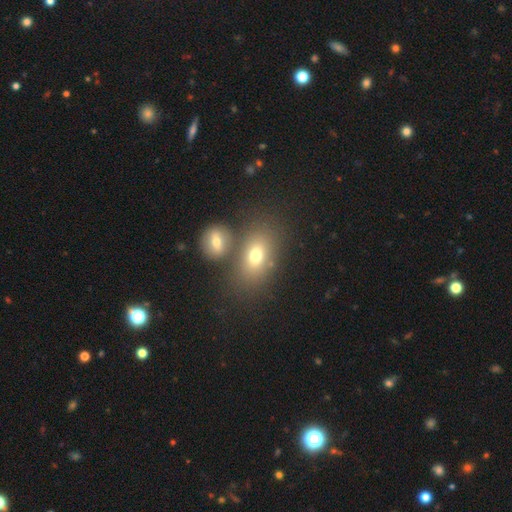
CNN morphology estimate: A smooth galaxy with no disk features (71%) that is in between round and cigar-shaped (78%).

Vote fractions:
- Smooth or featured? smooth: 71% / featured or disk: 17% / star or artifact: 12%
- How rounded? in between: 78% / round: 20% / cigar-shaped: 2%
- Merging? none: 57% / merger: 27% / minor disturbance: 11% / major disturbance: 5%